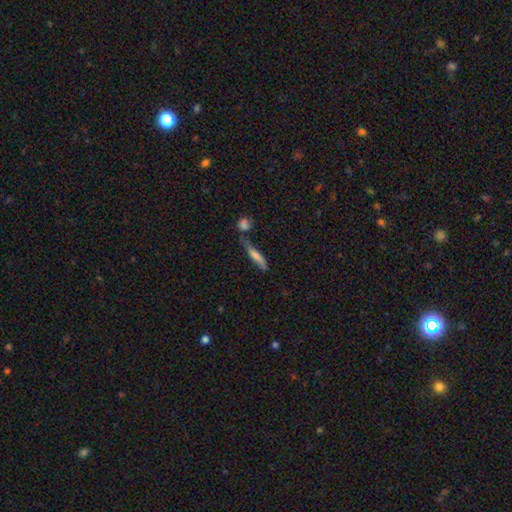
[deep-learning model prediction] smooth 60%, featured or disk 32%, star or artifact 8%. Down the decision tree: how rounded — cigar-shaped (81%); merging — none (47%).